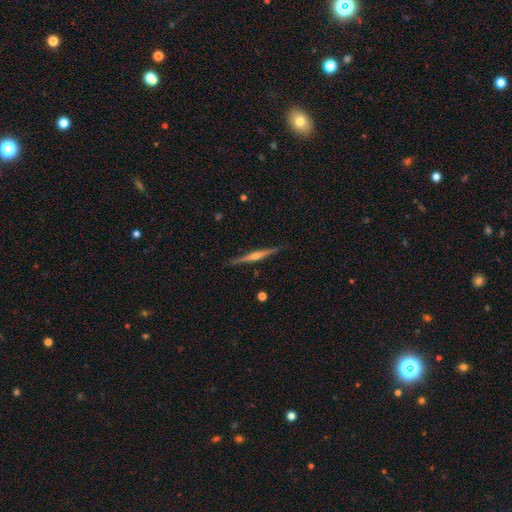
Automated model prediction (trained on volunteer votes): smooth_or_featured: featured or disk (p=0.80) [alt: smooth p=0.15]
disk_edge_on: yes (p=0.98) [alt: no p=0.02]
edge_on_bulge: rounded (p=0.82) [alt: none p=0.10]
merging: none (p=0.90) [alt: minor disturbance p=0.07]